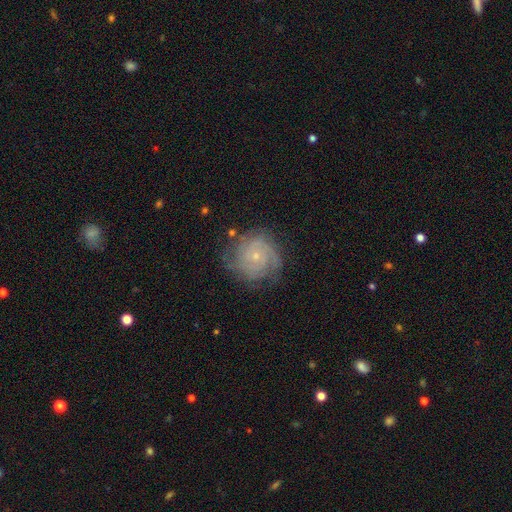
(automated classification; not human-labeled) This is likely a featured or disk galaxy (79%). It is clearly not viewed edge-on (98%). Bar: clearly no (81%). Spiral arm pattern: clearly yes (94%). Spiral arm count: marginally can't tell (30%). Spiral winding: likely tight (70%). Central bulge: clearly small (81%). Merging: likely none (74%).